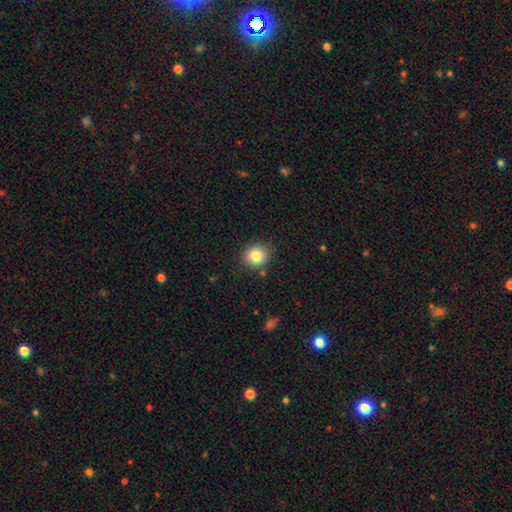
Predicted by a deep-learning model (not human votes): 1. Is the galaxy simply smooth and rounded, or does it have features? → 82% smooth, 10% star or artifact, 7% featured or disk.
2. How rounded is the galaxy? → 74% round, 25% in between, 1% cigar-shaped.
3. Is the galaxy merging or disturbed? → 86% none, 9% minor disturbance, 3% merger, 2% major disturbance.